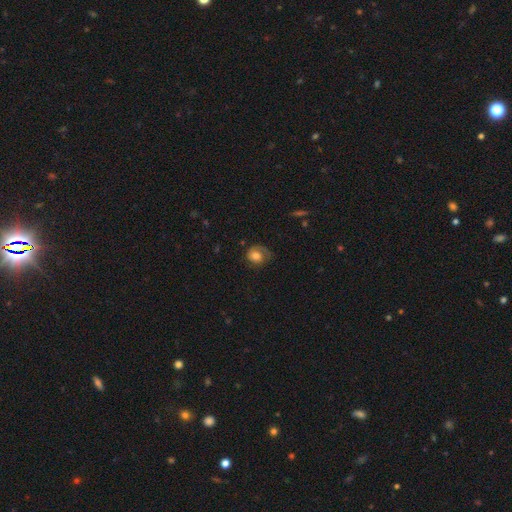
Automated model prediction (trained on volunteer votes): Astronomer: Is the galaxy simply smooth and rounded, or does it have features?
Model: smooth — 62%.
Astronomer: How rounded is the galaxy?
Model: round — 70%.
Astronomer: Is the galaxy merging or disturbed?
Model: none — 53%.